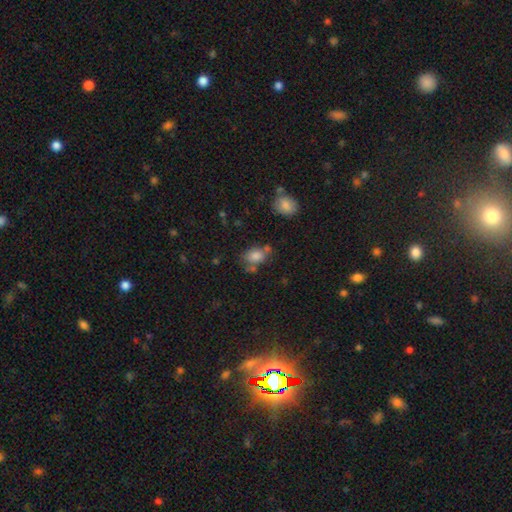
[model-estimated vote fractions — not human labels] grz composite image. It shows a smooth galaxy with no disk features (80%) that is in between round and cigar-shaped (77%). Merging: none (50%).